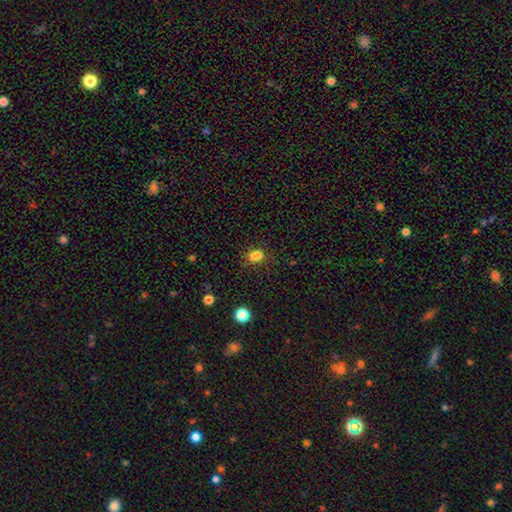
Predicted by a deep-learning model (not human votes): Smooth or featured?
  - smooth: 79% *
  - star or artifact: 15%
  - featured or disk: 5%
How rounded?
  - in between: 61% *
  - round: 37%
  - cigar-shaped: 2%
Merging?
  - none: 68% *
  - minor disturbance: 17%
  - merger: 10%
  - major disturbance: 5%